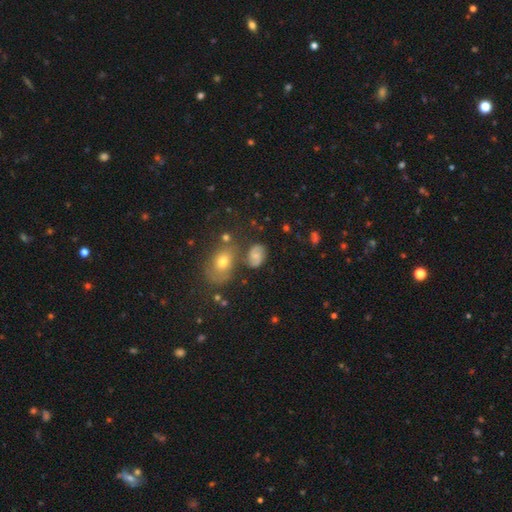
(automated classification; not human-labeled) Smooth or featured? featured or disk (45%)
Merging? none (63%)